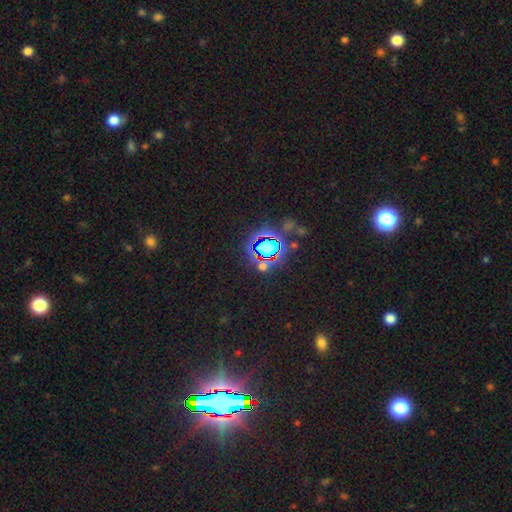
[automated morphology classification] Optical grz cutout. It shows a star or artifact, not a galaxy (77%).